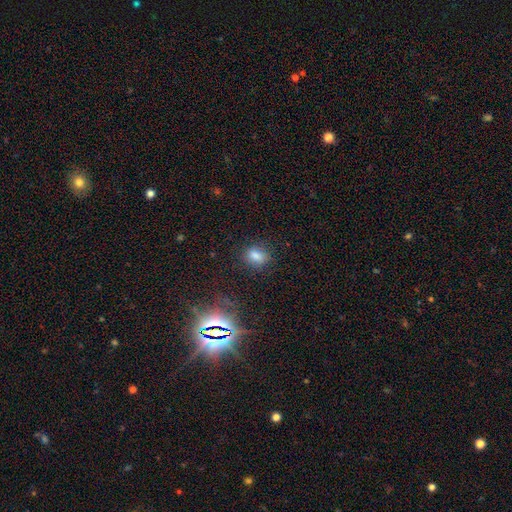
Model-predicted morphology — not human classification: Smooth or featured? Predicted: smooth (p=0.78). How rounded? Predicted: in between (p=0.62). Merging? Predicted: none (p=0.80).